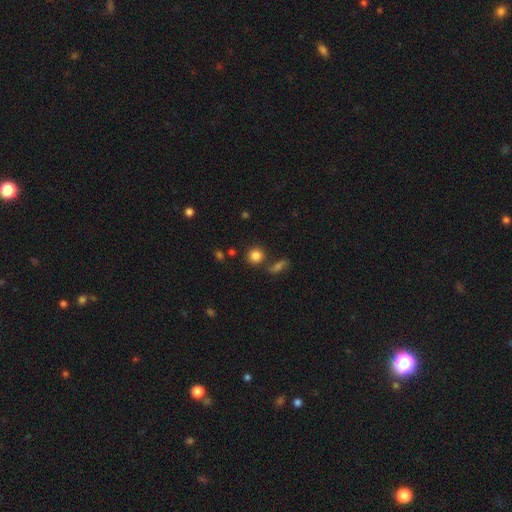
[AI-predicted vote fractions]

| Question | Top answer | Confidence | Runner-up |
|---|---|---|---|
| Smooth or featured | smooth | 83% | star or artifact (11%) |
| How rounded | round | 89% | in between (10%) |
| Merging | none | 74% | merger (13%) |